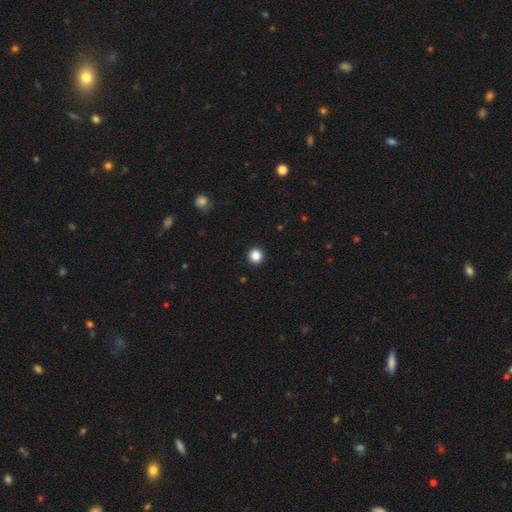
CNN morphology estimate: type=smooth (86%); roundness=round (95%); merging=none (94%).